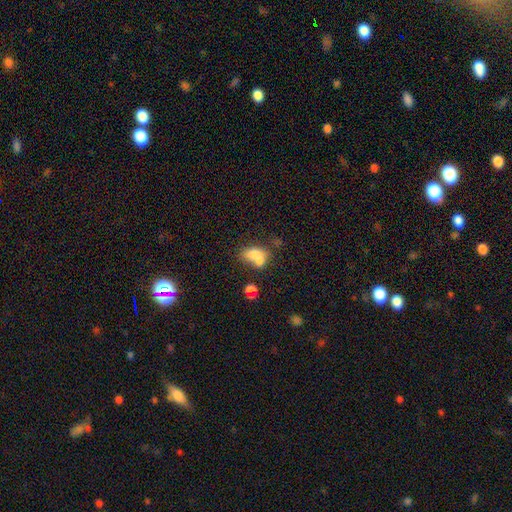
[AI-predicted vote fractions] A smooth galaxy with no disk features (72%) that is in between round and cigar-shaped (76%).

Vote fractions:
- Smooth or featured? smooth: 72% / featured or disk: 17% / star or artifact: 11%
- How rounded? in between: 76% / round: 22% / cigar-shaped: 2%
- Merging? merger: 53% / none: 27% / minor disturbance: 12% / major disturbance: 8%